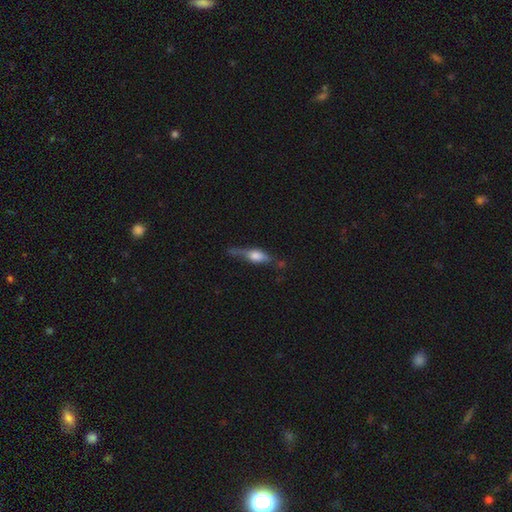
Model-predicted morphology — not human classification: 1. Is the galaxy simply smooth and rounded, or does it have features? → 52% featured or disk, 40% smooth, 8% star or artifact.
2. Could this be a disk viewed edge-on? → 87% yes, 13% no.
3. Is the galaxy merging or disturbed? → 52% none, 28% minor disturbance, 14% major disturbance, 6% merger.